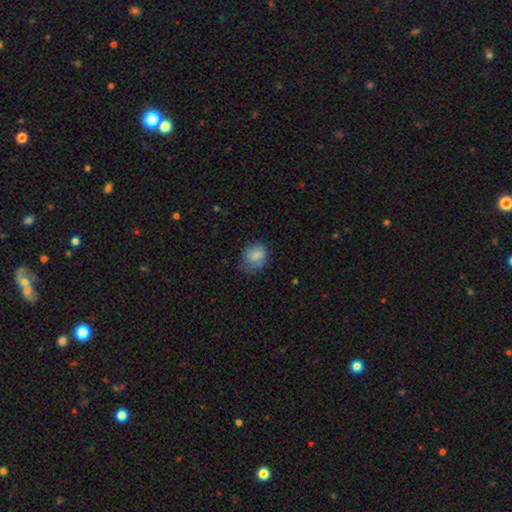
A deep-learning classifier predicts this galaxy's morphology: Smooth or featured?
  - smooth: 83% *
  - featured or disk: 9%
  - star or artifact: 8%
How rounded?
  - round: 62% *
  - in between: 37%
  - cigar-shaped: 1%
Merging?
  - none: 63% *
  - minor disturbance: 27%
  - major disturbance: 9%
  - merger: 1%